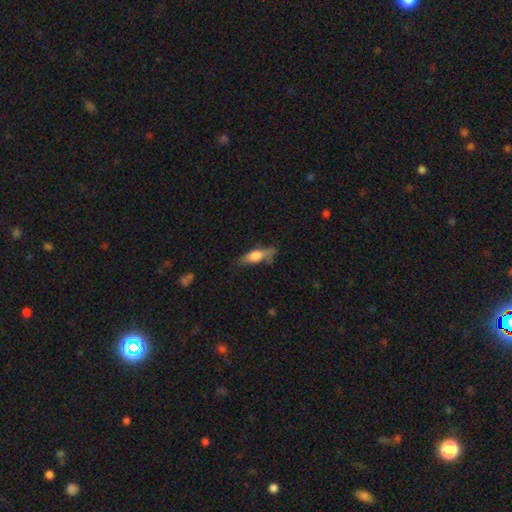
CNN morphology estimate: The model was most divided on "how rounded": cigar-shaped: 51%, in between: 46%, round: 3%. More confident: merging — none (61%); smooth or featured — smooth (60%).